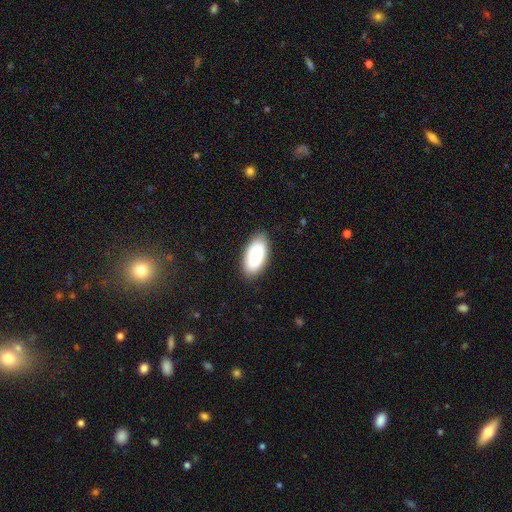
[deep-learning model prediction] A smooth galaxy with no disk features (85%) that is in between round and cigar-shaped (94%).

Vote fractions:
- Smooth or featured? smooth: 85% / featured or disk: 9% / star or artifact: 6%
- How rounded? in between: 94% / cigar-shaped: 4% / round: 2%
- Merging? none: 85% / minor disturbance: 11% / major disturbance: 2% / merger: 1%